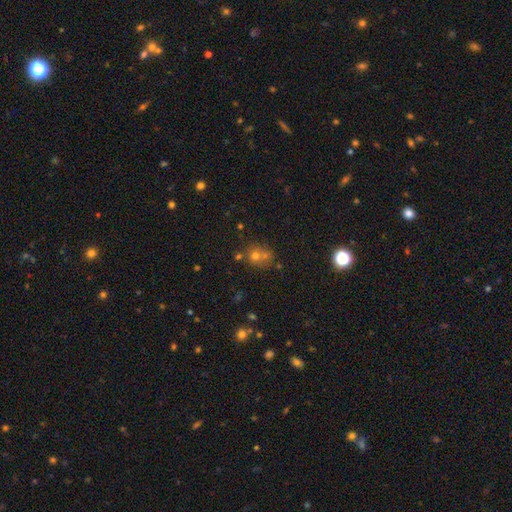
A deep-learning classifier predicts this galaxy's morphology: smooth 63%, star or artifact 20%, featured or disk 17%. Down the decision tree: how rounded — round (74%); merging — none (47%).